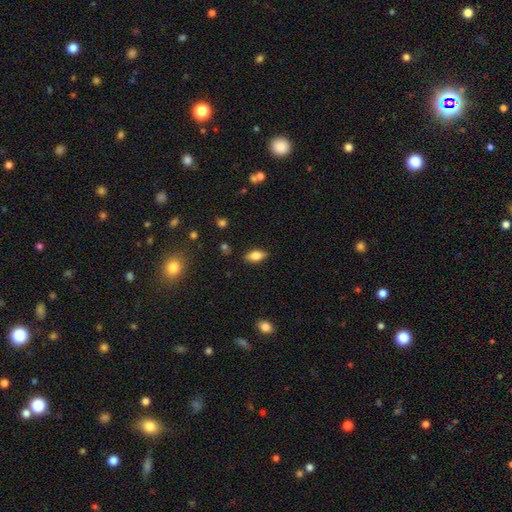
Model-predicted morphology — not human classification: smooth 73%, featured or disk 19%, star or artifact 8%. Down the decision tree: how rounded — in between (84%); merging — none (86%).